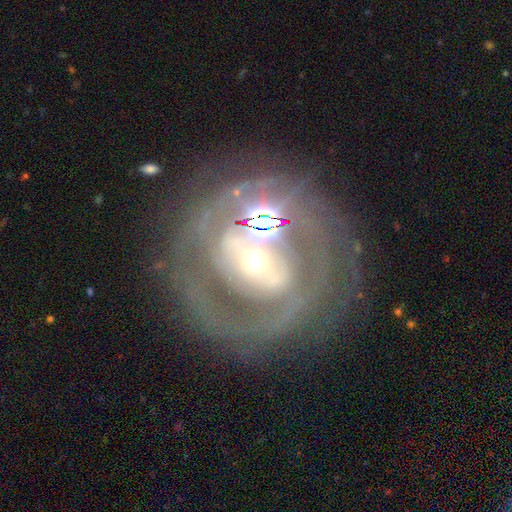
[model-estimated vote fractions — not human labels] featured or disk 78%, smooth 13%, star or artifact 9%. Down the decision tree: edge-on disk — no (95%); bar — no (37%); spiral arms — yes (69%); spiral arm count — 2 (40%); spiral winding — tight (59%); bulge size — moderate (45%); merging — none (67%).